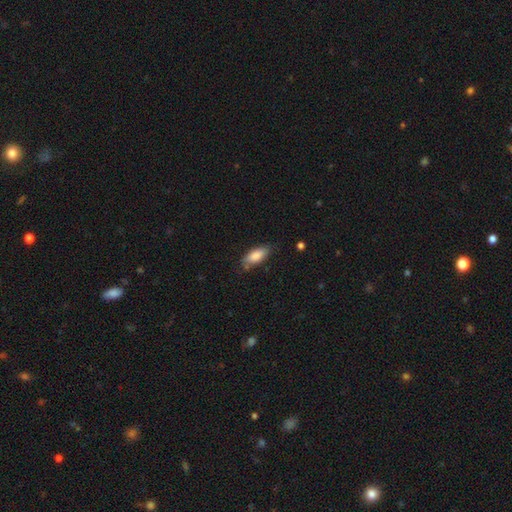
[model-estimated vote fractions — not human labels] Smooth or featured: smooth — 83% (featured or disk — 10%)
How rounded: in between — 79% (cigar-shaped — 19%)
Merging: none — 70% (minor disturbance — 23%)